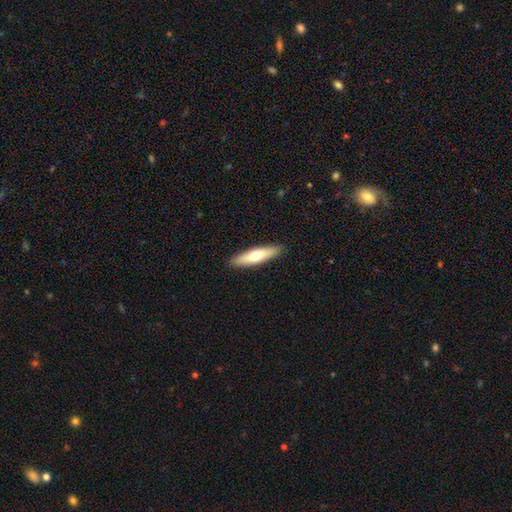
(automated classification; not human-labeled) A smooth galaxy with no disk features (62%) that is cigar-shaped (76%).

Vote fractions:
- Smooth or featured? smooth: 62% / featured or disk: 33% / star or artifact: 5%
- How rounded? cigar-shaped: 76% / in between: 22% / round: 1%
- Merging? none: 90% / minor disturbance: 7% / major disturbance: 2% / merger: 1%